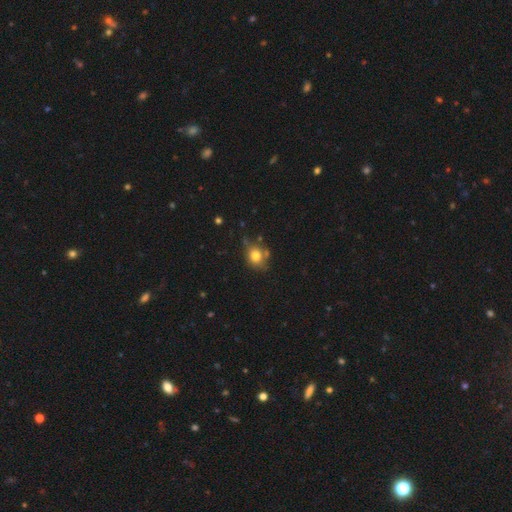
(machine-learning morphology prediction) smooth_or_featured: smooth (p=0.78) [alt: featured or disk p=0.11]
how_rounded: round (p=0.59) [alt: in between p=0.40]
merging: none (p=0.63) [alt: minor disturbance p=0.22]